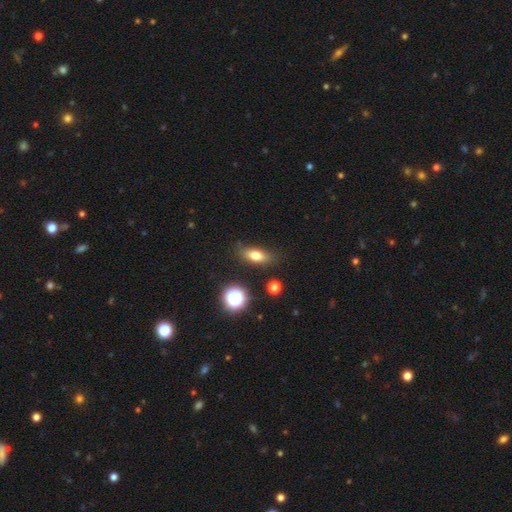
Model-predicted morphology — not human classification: A smooth galaxy with no disk features (74%) that is in between round and cigar-shaped (68%). Merging: none (80%).